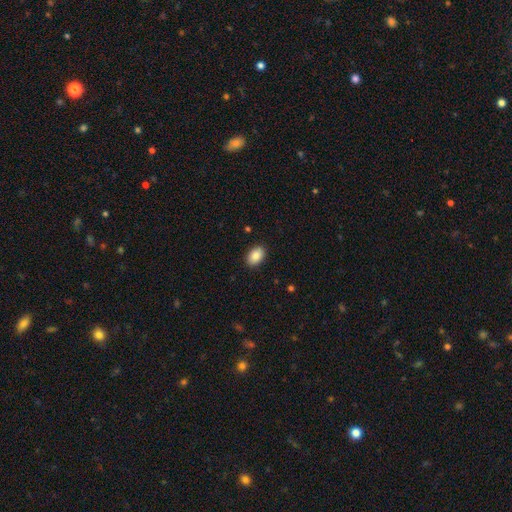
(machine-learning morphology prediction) Overall: smooth (88%). How rounded: in between (88%). Merging: none (89%).